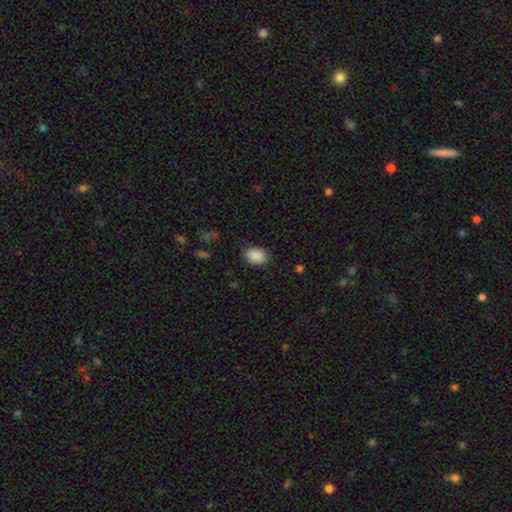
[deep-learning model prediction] Smooth or featured?
  - smooth: 90% *
  - star or artifact: 8%
  - featured or disk: 3%
How rounded?
  - in between: 76% *
  - round: 23%
  - cigar-shaped: 1%
Merging?
  - none: 86% *
  - minor disturbance: 10%
  - major disturbance: 3%
  - merger: 1%